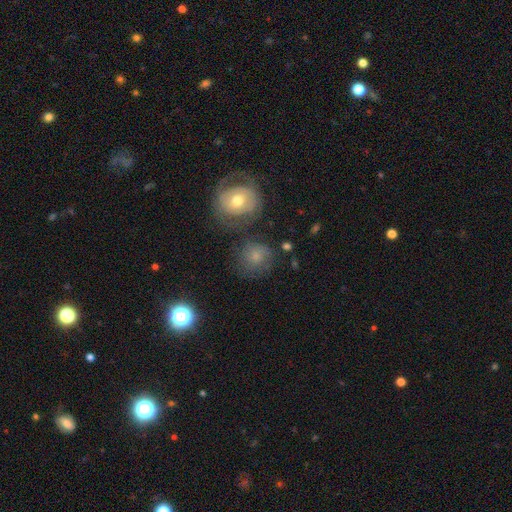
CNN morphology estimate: The model was most divided on "smooth or featured": smooth: 63%, featured or disk: 26%, star or artifact: 12%. More confident: how rounded — round (80%); merging — none (59%).